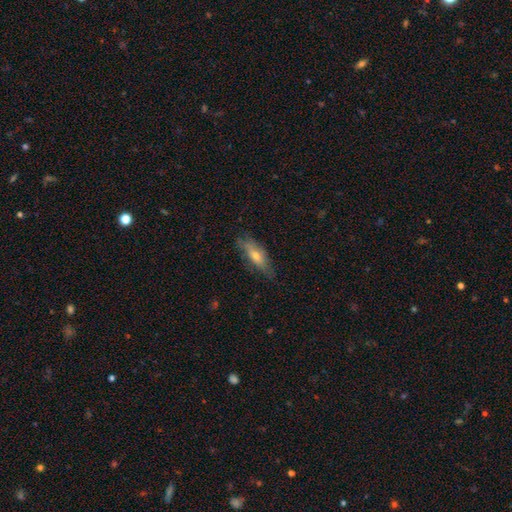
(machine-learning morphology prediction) Smooth or featured? Predicted: smooth (p=0.50). Merging? Predicted: none (p=0.71).